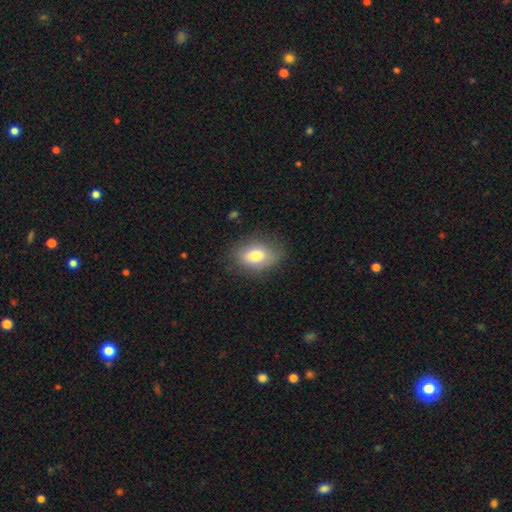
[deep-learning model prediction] Morphology: type=smooth (77%); roundness=in between (86%); merging=none (79%).